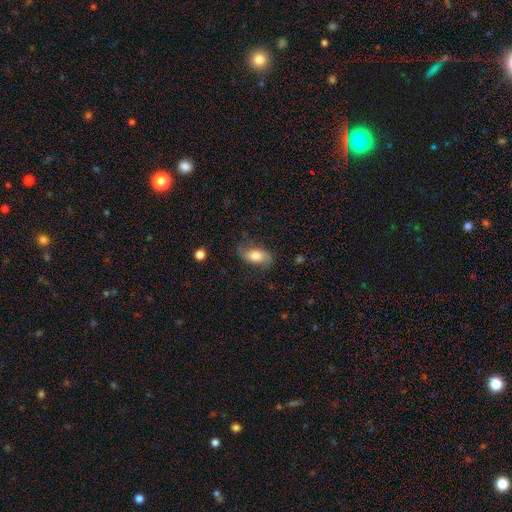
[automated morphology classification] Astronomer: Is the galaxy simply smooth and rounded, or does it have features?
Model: smooth — 67%.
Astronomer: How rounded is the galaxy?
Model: in between — 88%.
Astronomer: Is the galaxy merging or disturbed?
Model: none — 69%.